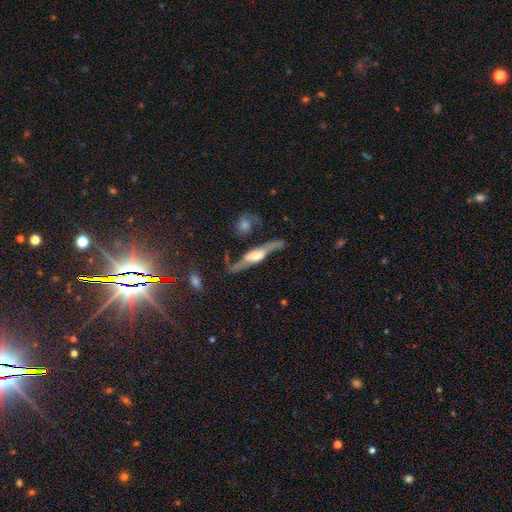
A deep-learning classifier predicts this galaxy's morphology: This appears to be a featured or disk galaxy (74%) viewed edge-on (67%). Merging: none (62%).